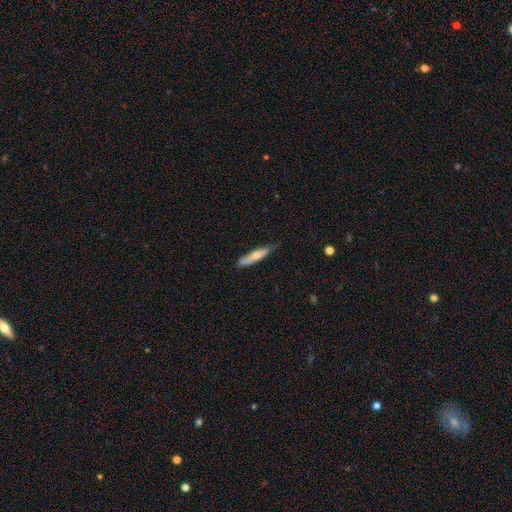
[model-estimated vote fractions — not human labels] Smooth or featured?
  - smooth: 62% *
  - featured or disk: 33%
  - star or artifact: 6%
How rounded?
  - cigar-shaped: 83% *
  - in between: 15%
  - round: 2%
Merging?
  - none: 67% *
  - minor disturbance: 27%
  - major disturbance: 4%
  - merger: 2%